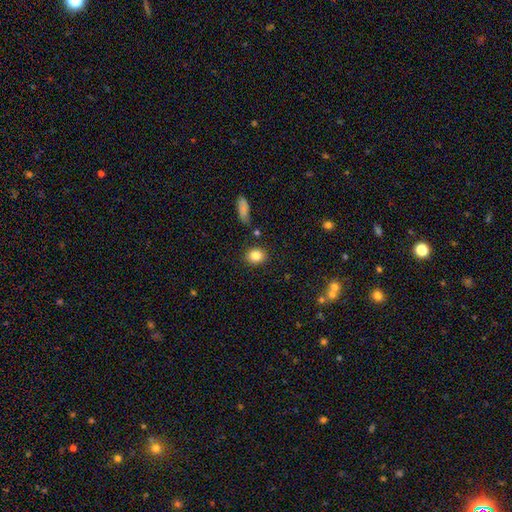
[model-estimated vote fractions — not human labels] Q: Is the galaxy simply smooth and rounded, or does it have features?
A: smooth — 83%.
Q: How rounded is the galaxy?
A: round — 58%.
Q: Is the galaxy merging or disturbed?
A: none — 85%.